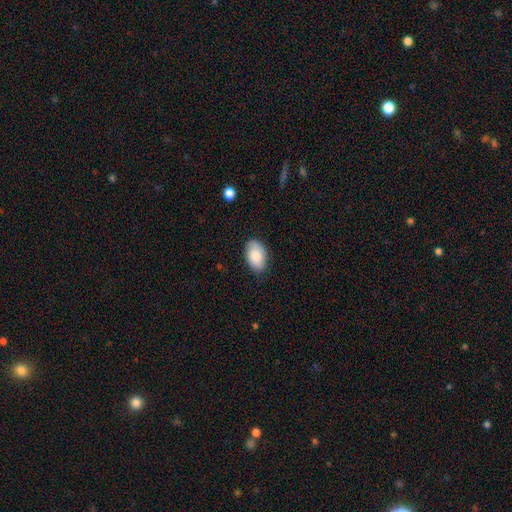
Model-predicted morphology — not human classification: smooth_or_featured: smooth (p=0.85) [alt: featured or disk p=0.09]
how_rounded: in between (p=0.92) [alt: round p=0.06]
merging: none (p=0.83) [alt: minor disturbance p=0.14]